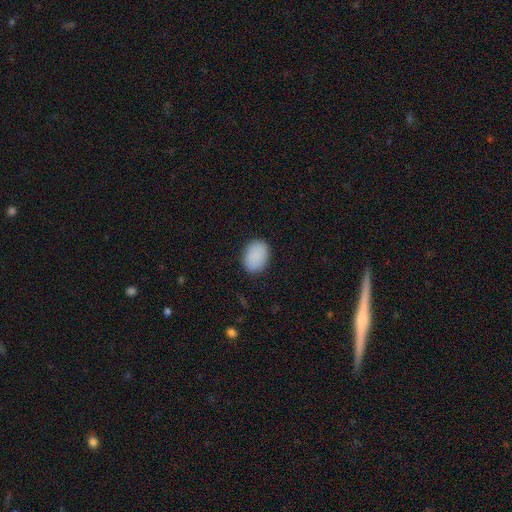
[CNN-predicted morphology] Q: Smooth or featured?
A: smooth (90%); runner-up: star or artifact (7%)
Q: How rounded?
A: in between (74%); runner-up: round (25%)
Q: Merging?
A: none (86%); runner-up: minor disturbance (10%)